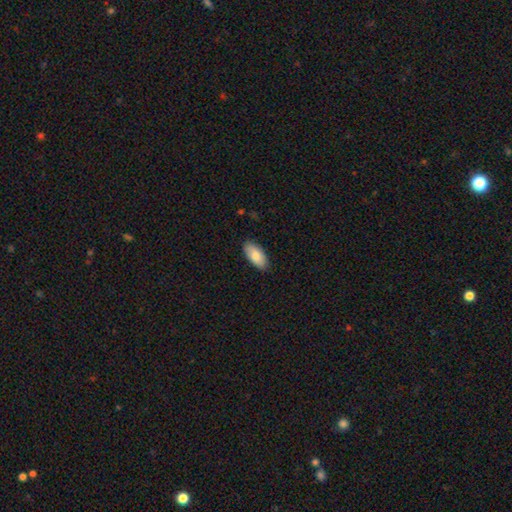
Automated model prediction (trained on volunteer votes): Smooth or featured? smooth (83%)
How rounded? in between (92%)
Merging? none (88%)